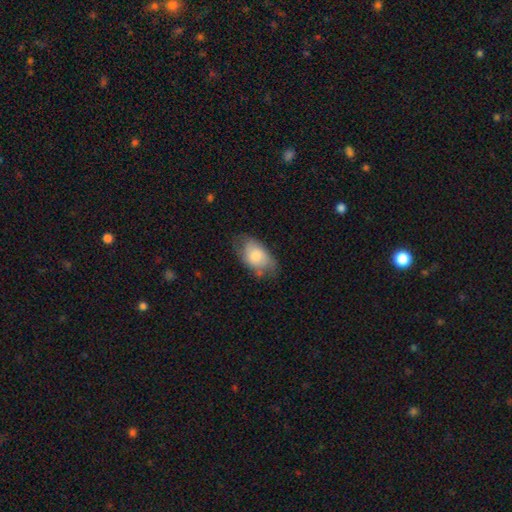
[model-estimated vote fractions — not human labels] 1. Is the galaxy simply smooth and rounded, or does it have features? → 73% smooth, 21% featured or disk, 7% star or artifact.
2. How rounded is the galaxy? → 92% in between, 7% round, 2% cigar-shaped.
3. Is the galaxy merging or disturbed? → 55% none, 31% minor disturbance, 11% major disturbance, 2% merger.